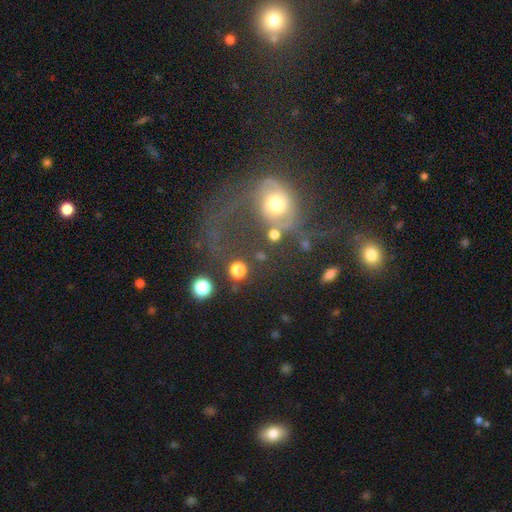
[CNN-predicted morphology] Smooth or featured: smooth — 42% (featured or disk — 40%)
Merging: major disturbance — 55% (none — 19%)